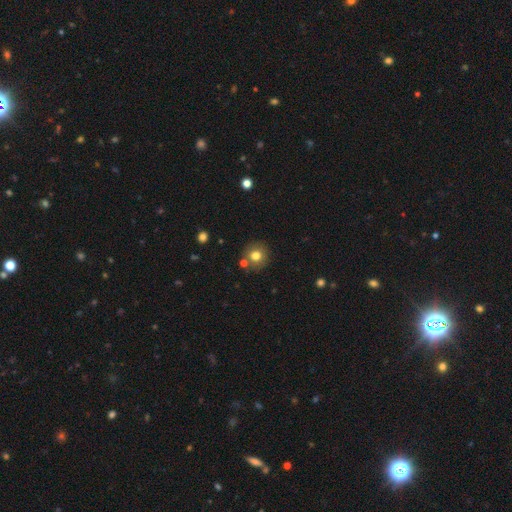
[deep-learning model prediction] Smooth or featured?
  - smooth: 77% *
  - star or artifact: 11%
  - featured or disk: 11%
How rounded?
  - round: 90% *
  - in between: 9%
  - cigar-shaped: 1%
Merging?
  - none: 80% *
  - minor disturbance: 9%
  - merger: 8%
  - major disturbance: 3%